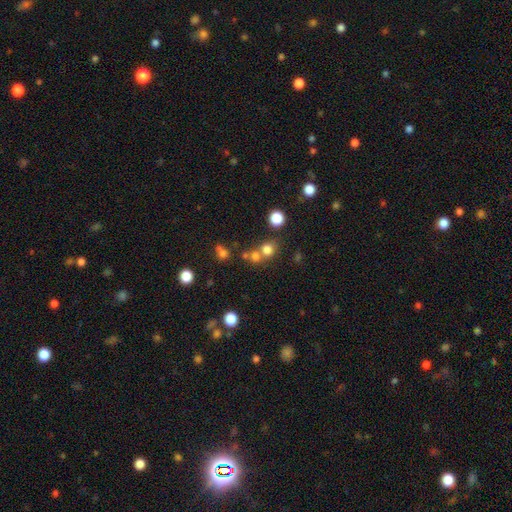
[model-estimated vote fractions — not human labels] Smooth or featured?
  - smooth: 62% *
  - star or artifact: 26%
  - featured or disk: 12%
How rounded?
  - round: 84% *
  - in between: 15%
  - cigar-shaped: 1%
Merging?
  - none: 52% *
  - merger: 38%
  - minor disturbance: 7%
  - major disturbance: 4%